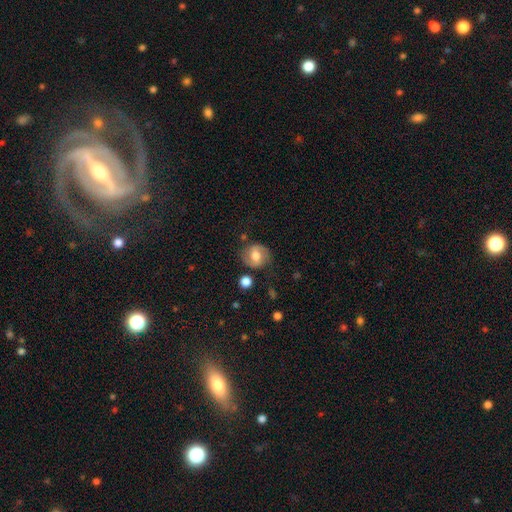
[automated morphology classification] Overall: smooth (53%; featured or disk 39%). How rounded: round (74%). Merging: none (74%).